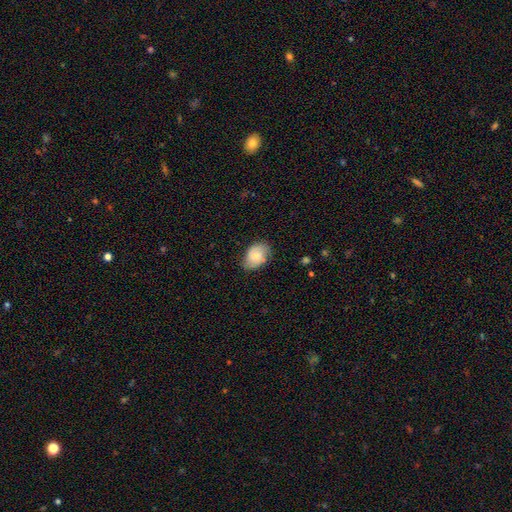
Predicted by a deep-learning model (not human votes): This appears to be a smooth galaxy with no disk features (65%) that is in between round and cigar-shaped (80%). Merging: none (69%).